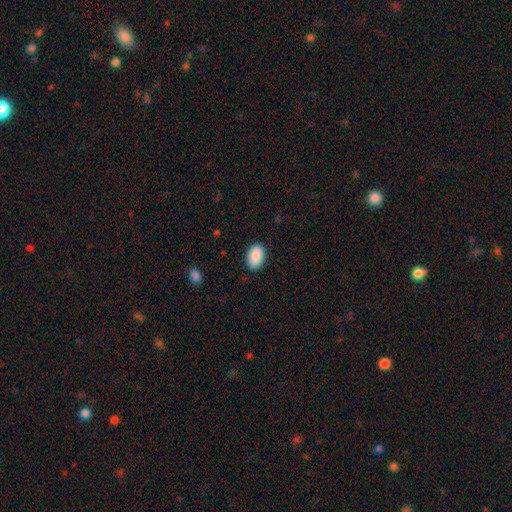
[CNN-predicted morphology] smooth_or_featured: smooth (p=0.90) [alt: star or artifact p=0.06]
how_rounded: in between (p=0.92) [alt: round p=0.07]
merging: none (p=0.86) [alt: minor disturbance p=0.10]